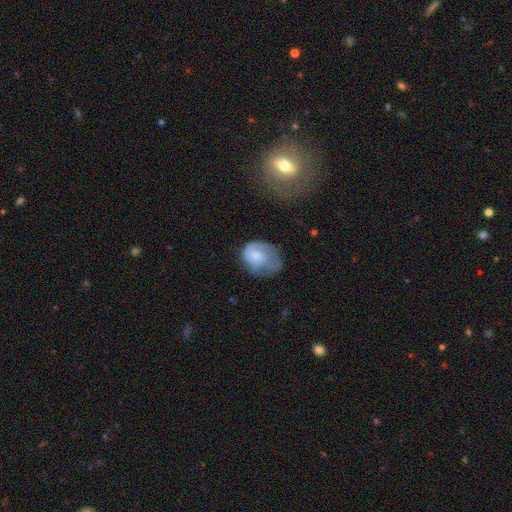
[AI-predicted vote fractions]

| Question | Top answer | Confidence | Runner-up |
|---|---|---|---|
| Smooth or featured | featured or disk | 47% | smooth (46%) |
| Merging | major disturbance | 34% | none (33%) |